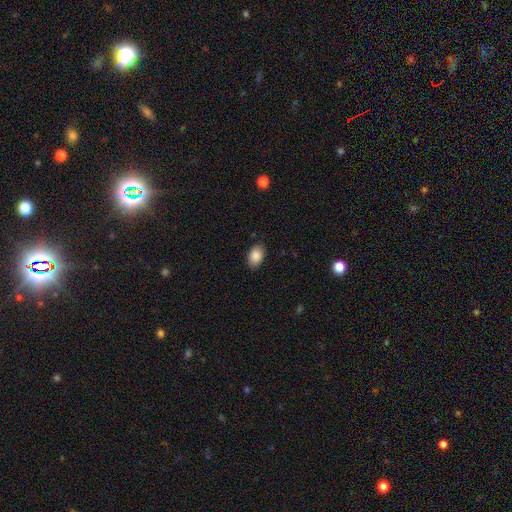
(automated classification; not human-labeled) The model was most divided on "merging": none: 85%, minor disturbance: 11%, major disturbance: 2%, merger: 1%. More confident: how rounded — in between (89%); smooth or featured — smooth (87%).